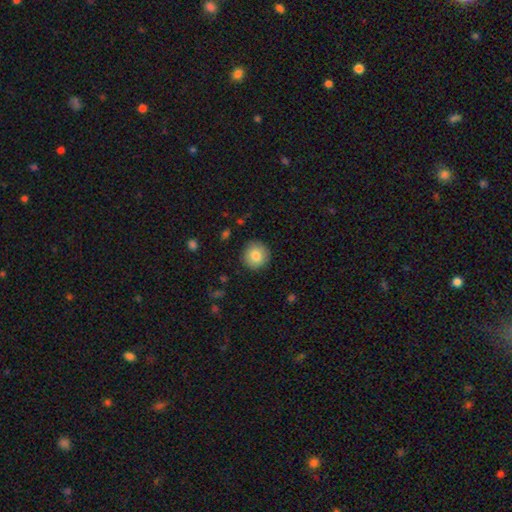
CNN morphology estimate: Q: Smooth or featured?
A: smooth (83%); runner-up: featured or disk (9%)
Q: How rounded?
A: round (95%); runner-up: in between (4%)
Q: Merging?
A: none (90%); runner-up: minor disturbance (7%)